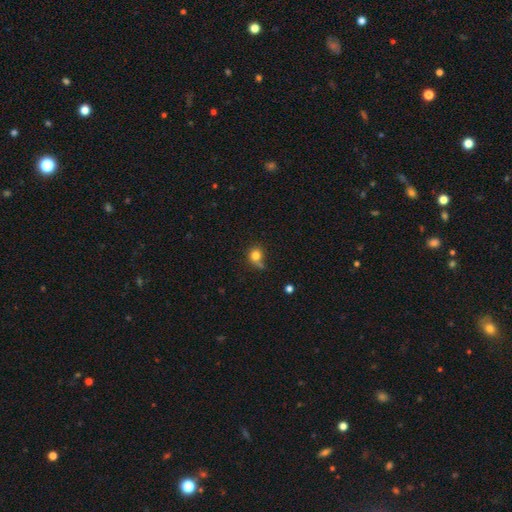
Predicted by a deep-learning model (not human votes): smooth_or_featured: smooth (p=0.80) [alt: star or artifact p=0.12]
how_rounded: round (p=0.80) [alt: in between p=0.19]
merging: none (p=0.53) [alt: minor disturbance p=0.25]